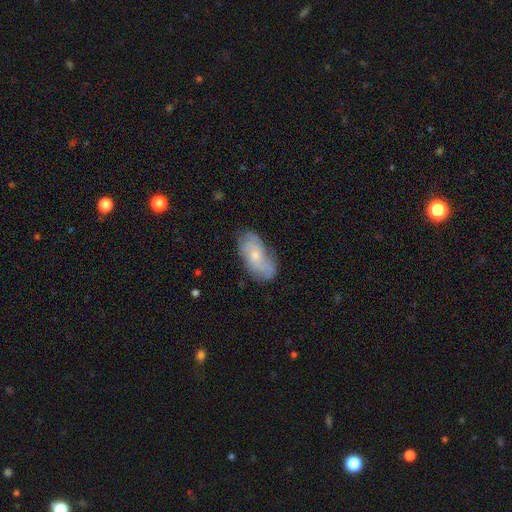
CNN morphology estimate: A featured or disk galaxy (62%) with no bar (74%), spiral arms (84%) and a small central bulge (57%).

Vote fractions:
- Smooth or featured? featured or disk: 62% / smooth: 31% / star or artifact: 7%
- Edge-on disk? no: 94% / yes: 6%
- Bar? no: 74% / weak: 23% / strong: 3%
- Spiral arms? yes: 84% / no: 16%
- Bulge size? small: 57% / moderate: 36% / none: 4% / large: 2% / dominant: 1%
- Merging? none: 68% / minor disturbance: 23% / major disturbance: 7% / merger: 2%